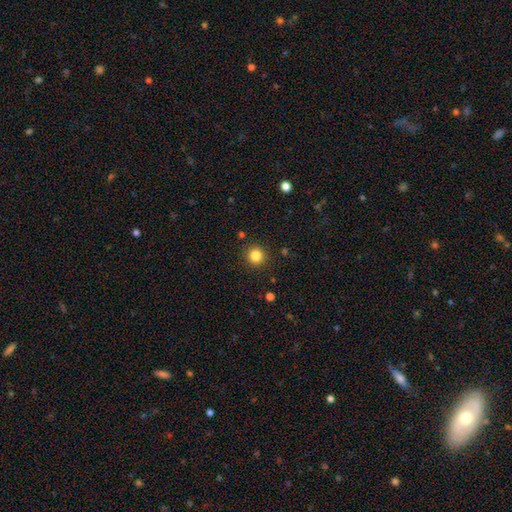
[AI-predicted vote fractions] Smooth or featured?
  - smooth: 83% *
  - star or artifact: 12%
  - featured or disk: 5%
How rounded?
  - round: 94% *
  - in between: 6%
  - cigar-shaped: 1%
Merging?
  - none: 91% *
  - minor disturbance: 6%
  - major disturbance: 2%
  - merger: 1%